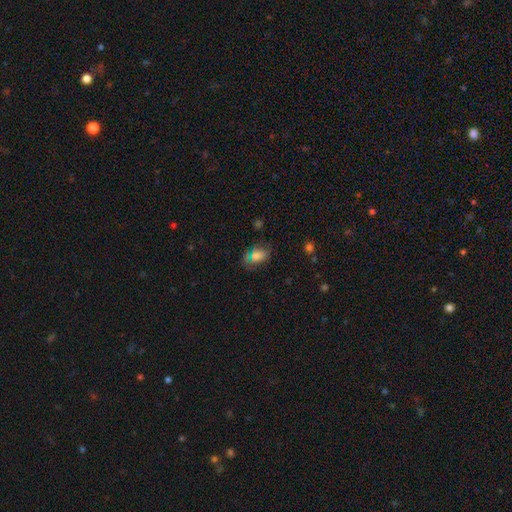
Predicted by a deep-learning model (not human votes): This is likely a smooth galaxy (64%). How rounded: clearly in between (83%). Merging: likely none (62%).